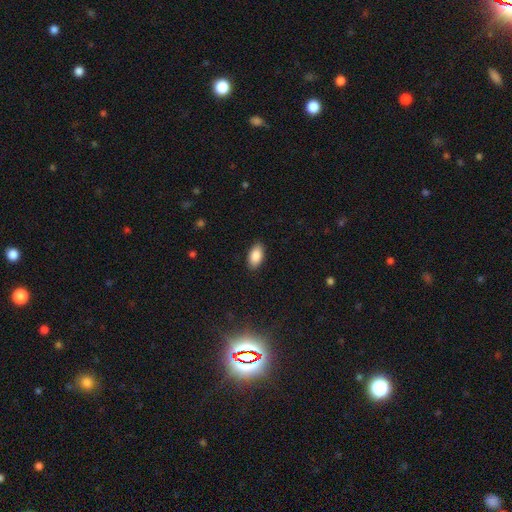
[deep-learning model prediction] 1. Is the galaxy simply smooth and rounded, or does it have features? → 88% smooth, 7% star or artifact, 5% featured or disk.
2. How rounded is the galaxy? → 94% in between, 4% round, 3% cigar-shaped.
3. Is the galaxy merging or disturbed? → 87% none, 9% minor disturbance, 2% major disturbance, 1% merger.